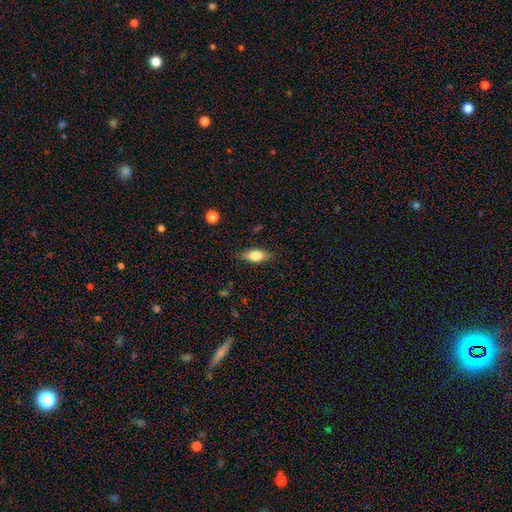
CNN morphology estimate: Overall: smooth (72%). How rounded: in between (79%). Merging: none (81%).